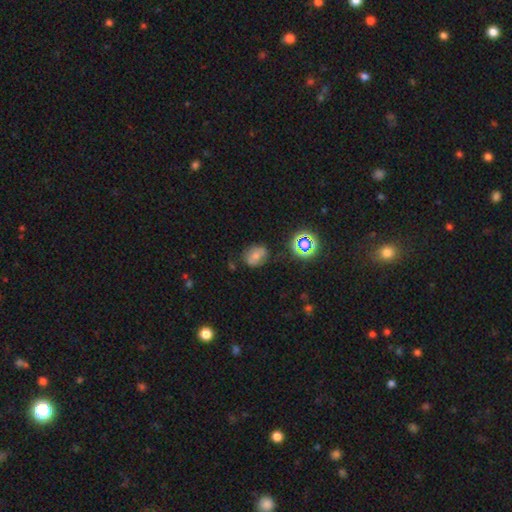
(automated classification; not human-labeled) smooth-or-featured: smooth: 59% | featured or disk: 21% | star or artifact: 20%
  how-rounded: in between: 61% | round: 38% | cigar-shaped: 1%
  merging: none: 68% | minor disturbance: 22% | major disturbance: 6% | merger: 4%